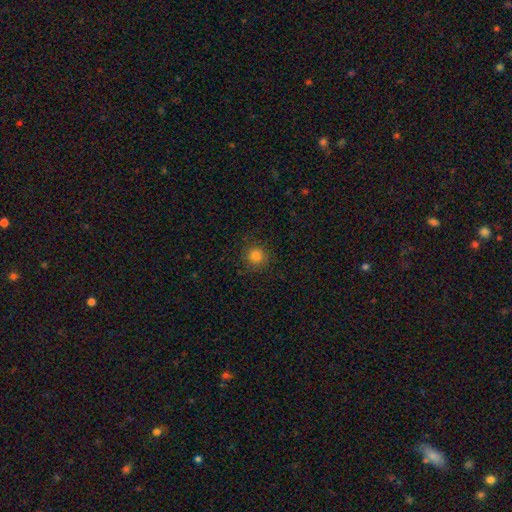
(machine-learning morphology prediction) Q: Smooth or featured?
A: smooth (83%); runner-up: star or artifact (13%)
Q: How rounded?
A: round (92%); runner-up: in between (7%)
Q: Merging?
A: none (87%); runner-up: minor disturbance (9%)